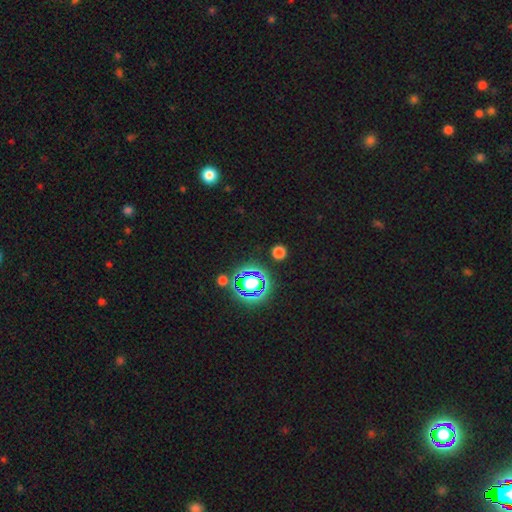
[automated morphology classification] Smooth or featured? Predicted: star or artifact (p=0.75).